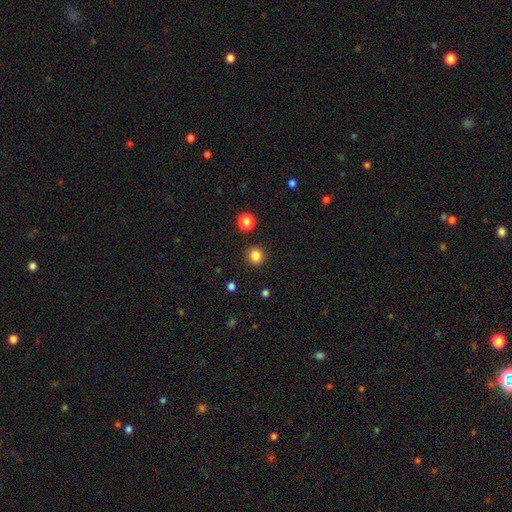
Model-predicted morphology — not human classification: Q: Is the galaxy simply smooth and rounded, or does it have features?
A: smooth — 84%.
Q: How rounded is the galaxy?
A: round — 92%.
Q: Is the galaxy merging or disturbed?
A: none — 91%.